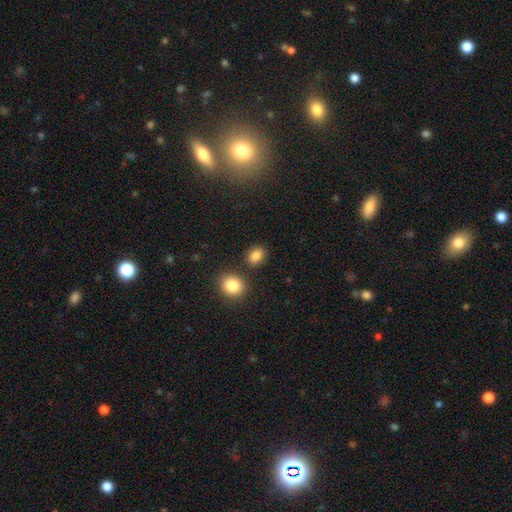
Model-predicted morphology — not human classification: A smooth galaxy with no disk features (85%) that is in between round and cigar-shaped (62%). Merging: none (81%).